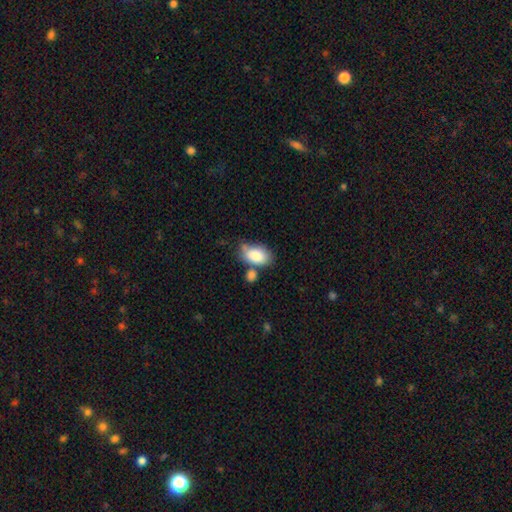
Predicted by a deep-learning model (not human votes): This is clearly a smooth galaxy (84%). How rounded: clearly in between (91%). Merging: possibly none (51%).